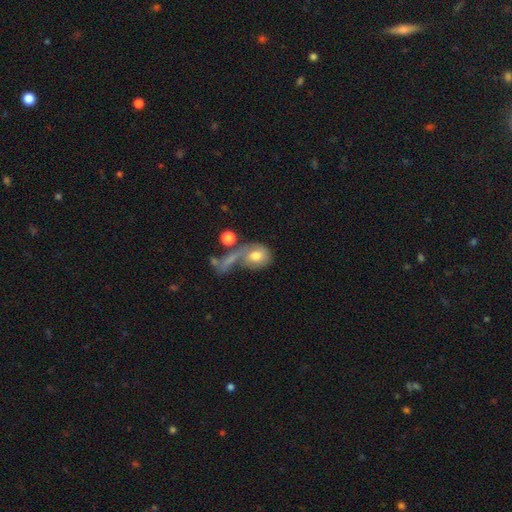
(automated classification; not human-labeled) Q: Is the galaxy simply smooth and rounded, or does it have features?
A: smooth — 67%.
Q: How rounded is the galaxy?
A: round — 52%.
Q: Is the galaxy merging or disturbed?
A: merger — 31%.